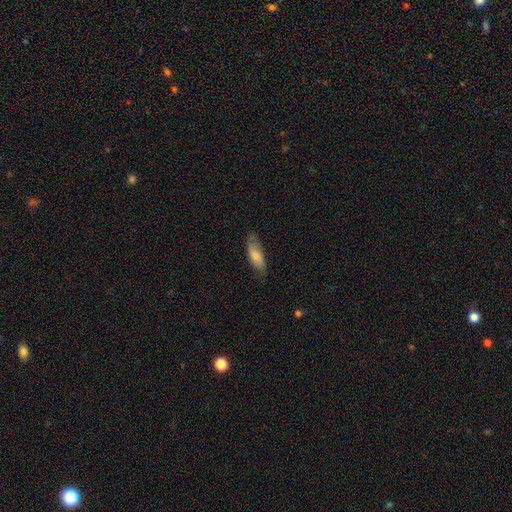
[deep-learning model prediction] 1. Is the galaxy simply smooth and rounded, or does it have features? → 75% smooth, 19% featured or disk, 6% star or artifact.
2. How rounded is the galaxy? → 70% in between, 28% cigar-shaped, 2% round.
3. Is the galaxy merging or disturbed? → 69% none, 24% minor disturbance, 5% major disturbance, 1% merger.